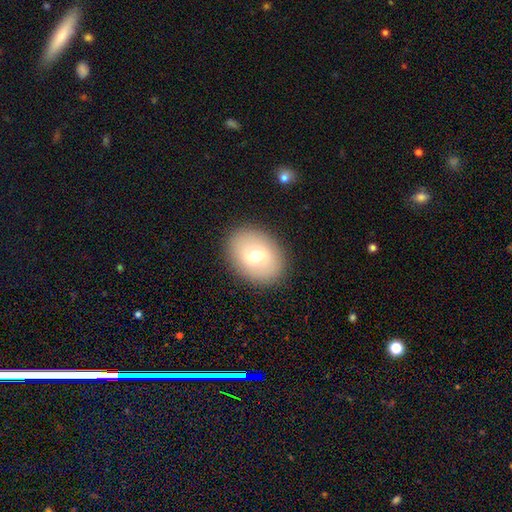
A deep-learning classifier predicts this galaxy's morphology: Smooth or featured? smooth (67%)
How rounded? in between (66%)
Merging? none (89%)